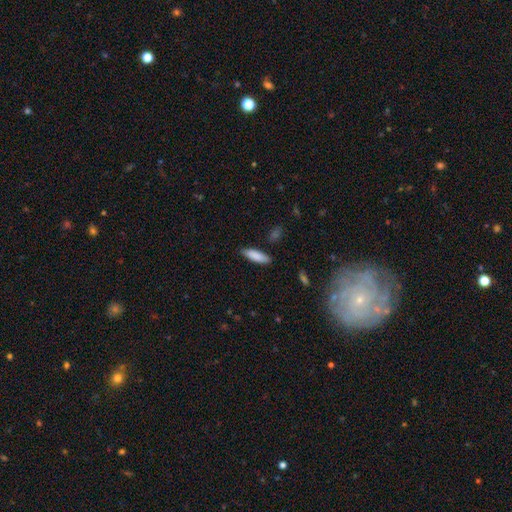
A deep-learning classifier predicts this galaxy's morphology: smooth-or-featured: smooth: 86% | featured or disk: 8% | star or artifact: 6%
  how-rounded: in between: 50% | cigar-shaped: 48% | round: 2%
  merging: none: 85% | minor disturbance: 11% | major disturbance: 2% | merger: 2%